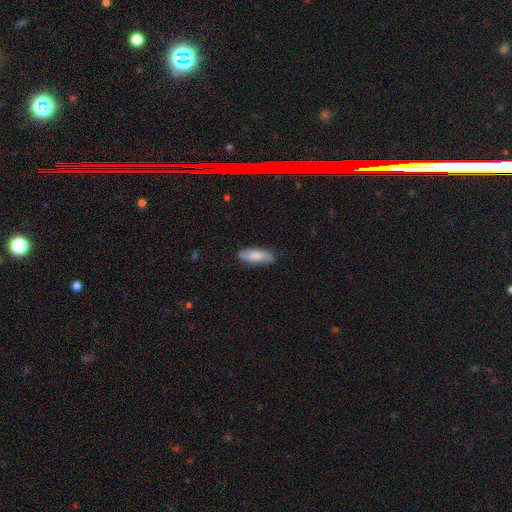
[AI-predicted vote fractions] Smooth or featured? smooth (72%)
How rounded? in between (68%)
Merging? none (80%)